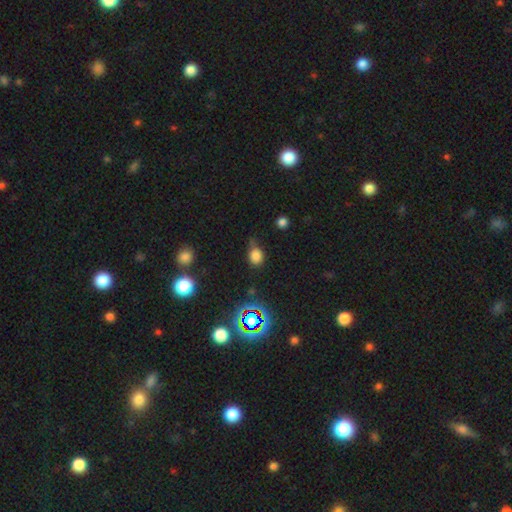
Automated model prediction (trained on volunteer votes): smooth_or_featured: smooth (p=0.75) [alt: star or artifact p=0.18]
how_rounded: round (p=0.57) [alt: in between p=0.41]
merging: none (p=0.56) [alt: minor disturbance p=0.31]